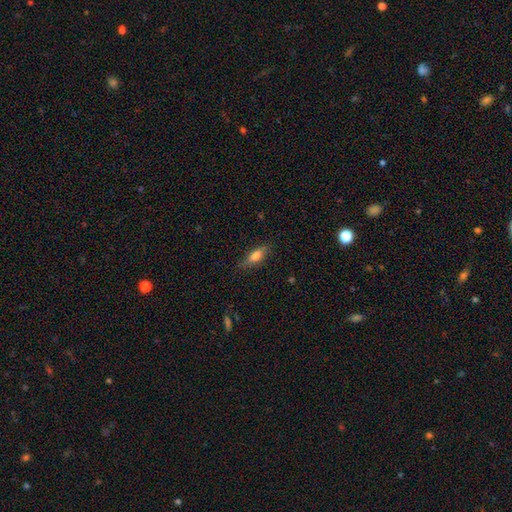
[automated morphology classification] A smooth galaxy with no disk features (68%) that is in between round and cigar-shaped (55%). Merging: none (80%).